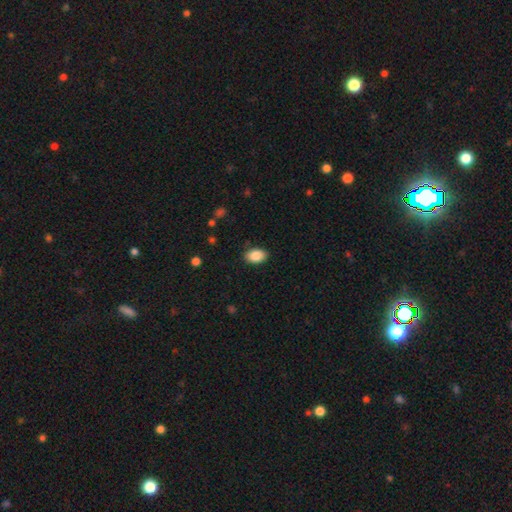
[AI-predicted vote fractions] Morphology: type=smooth (87%); roundness=in between (86%); merging=none (87%).